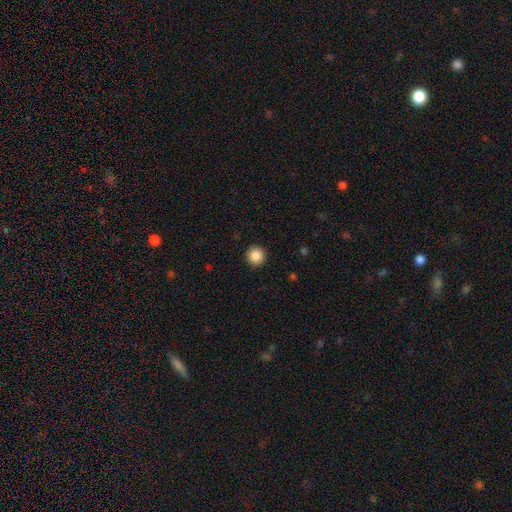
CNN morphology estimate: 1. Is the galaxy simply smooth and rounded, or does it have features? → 87% smooth, 9% star or artifact, 3% featured or disk.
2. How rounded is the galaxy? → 95% round, 4% in between, 1% cigar-shaped.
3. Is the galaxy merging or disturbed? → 93% none, 5% minor disturbance, 2% major disturbance, 1% merger.